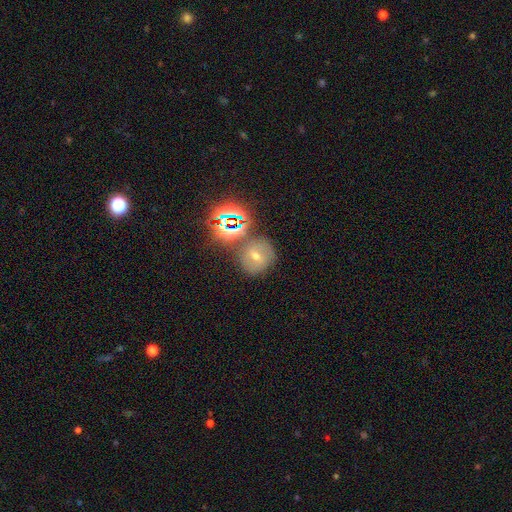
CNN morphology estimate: smooth_or_featured: star or artifact (p=0.38) [alt: featured or disk p=0.32]